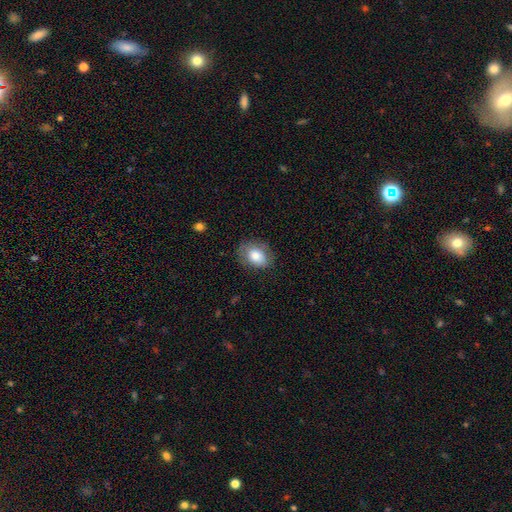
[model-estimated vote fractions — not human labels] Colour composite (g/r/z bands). It shows a smooth galaxy with no disk features (77%) that is in between round and cigar-shaped (74%). Merging: none (72%).